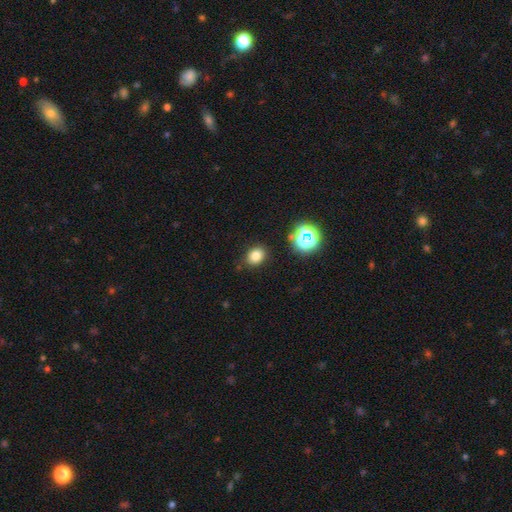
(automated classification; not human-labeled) This appears to be a smooth galaxy with no disk features (77%) that is in between round and cigar-shaped (52%). Merging: none (84%).